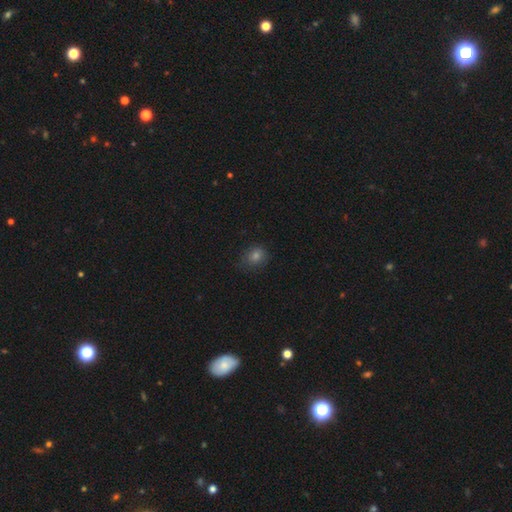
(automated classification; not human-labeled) smooth-or-featured: smooth: 74% | star or artifact: 18% | featured or disk: 8%
  how-rounded: round: 64% | in between: 35% | cigar-shaped: 1%
  merging: none: 73% | minor disturbance: 21% | major disturbance: 5% | merger: 1%